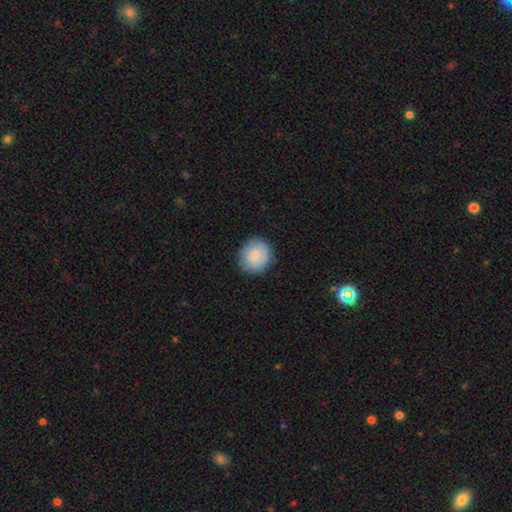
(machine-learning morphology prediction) Smooth or featured? smooth (85%)
How rounded? round (89%)
Merging? none (85%)